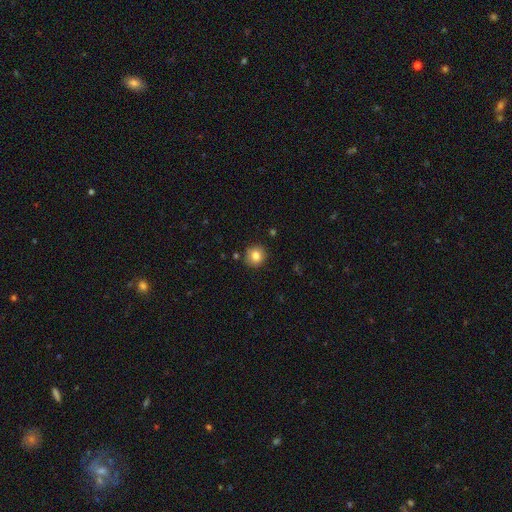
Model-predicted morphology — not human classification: A smooth galaxy with no disk features (82%) that is round (88%). Merging: none (86%).